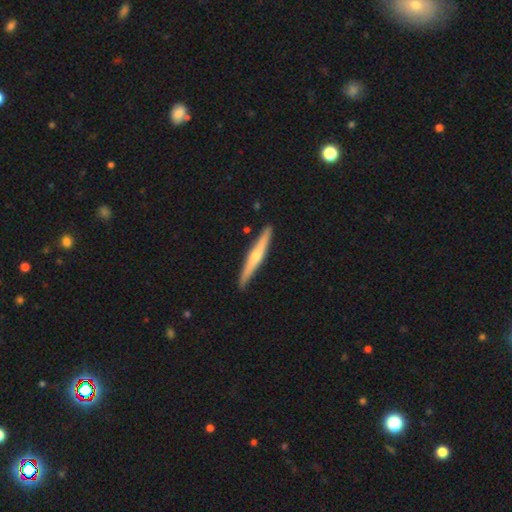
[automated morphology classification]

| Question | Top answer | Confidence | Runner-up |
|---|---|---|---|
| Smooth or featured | featured or disk | 59% | smooth (36%) |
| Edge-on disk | yes | 96% | no (4%) |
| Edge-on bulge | rounded | 79% | none (16%) |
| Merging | none | 89% | minor disturbance (8%) |